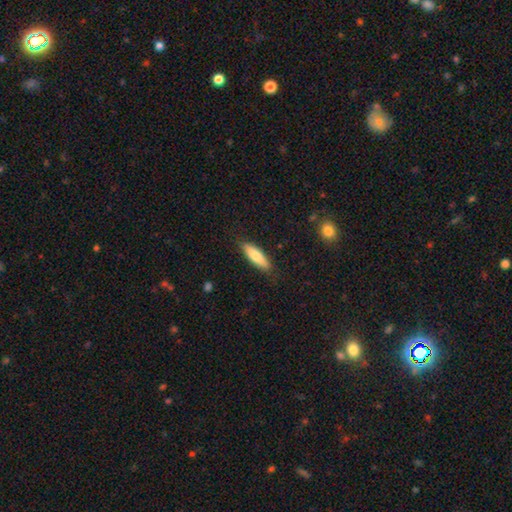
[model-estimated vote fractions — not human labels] The model was most divided on "how rounded": cigar-shaped: 56%, in between: 43%, round: 2%. More confident: merging — none (86%); smooth or featured — smooth (77%).